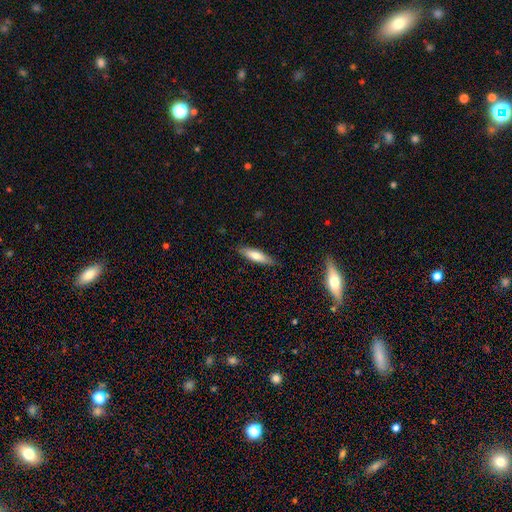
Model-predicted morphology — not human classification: smooth-or-featured: smooth: 70% | featured or disk: 24% | star or artifact: 6%
  how-rounded: cigar-shaped: 66% | in between: 33% | round: 2%
  merging: none: 85% | minor disturbance: 11% | major disturbance: 2% | merger: 1%